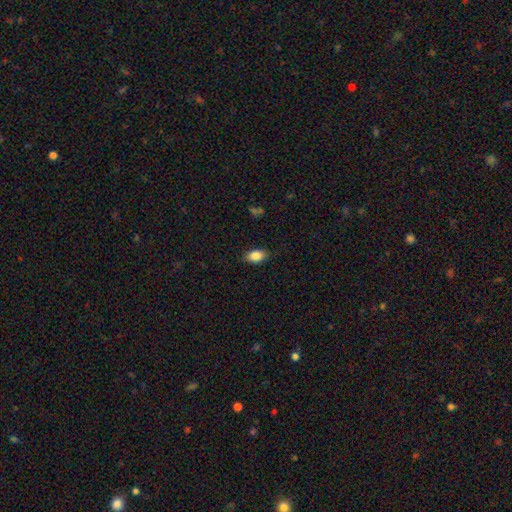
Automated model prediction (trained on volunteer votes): Smooth or featured?
  - smooth: 86% *
  - star or artifact: 8%
  - featured or disk: 6%
How rounded?
  - in between: 90% *
  - round: 8%
  - cigar-shaped: 2%
Merging?
  - none: 86% *
  - minor disturbance: 11%
  - major disturbance: 2%
  - merger: 1%